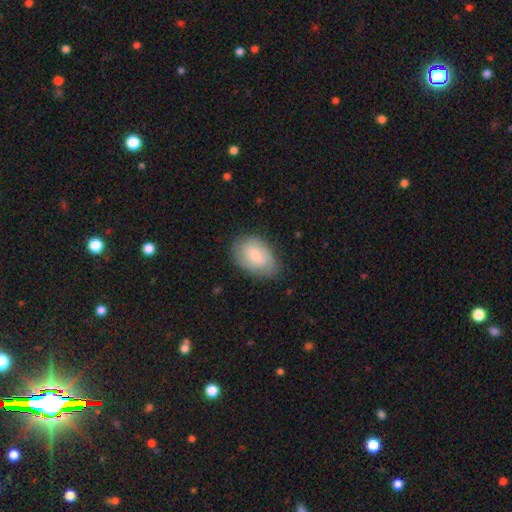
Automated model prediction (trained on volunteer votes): The model was most divided on "smooth or featured": smooth: 64%, featured or disk: 29%, star or artifact: 6%. More confident: how rounded — in between (85%); merging — none (76%).